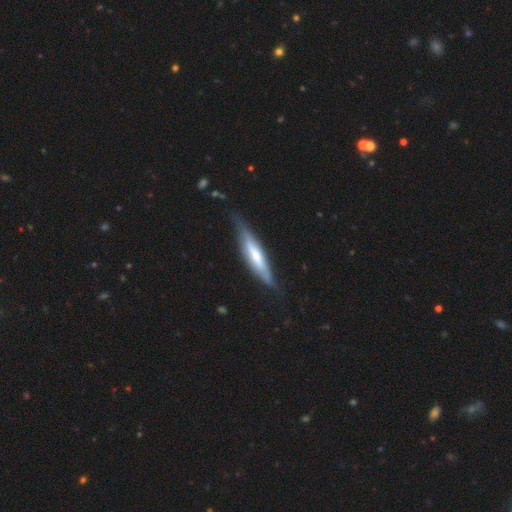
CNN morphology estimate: smooth_or_featured: featured or disk (p=0.53) [alt: smooth p=0.42]
disk_edge_on: yes (p=0.77) [alt: no p=0.23]
merging: none (p=0.67) [alt: minor disturbance p=0.25]